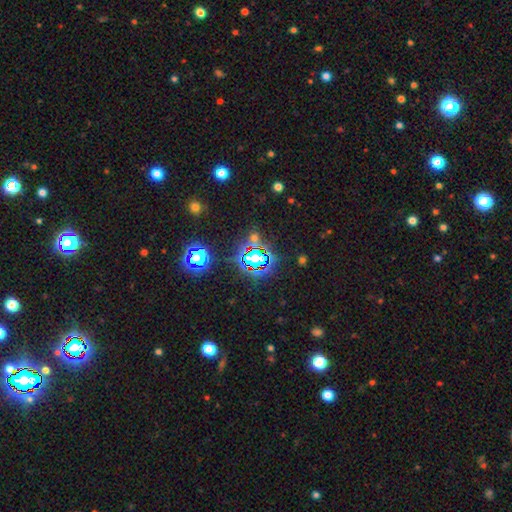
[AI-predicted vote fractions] Smooth or featured? star or artifact (81%)